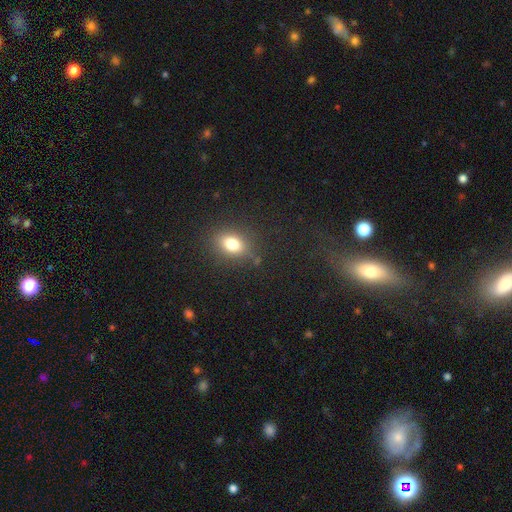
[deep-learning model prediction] A smooth galaxy with no disk features (57%) that is round (61%). Merging: none (80%).